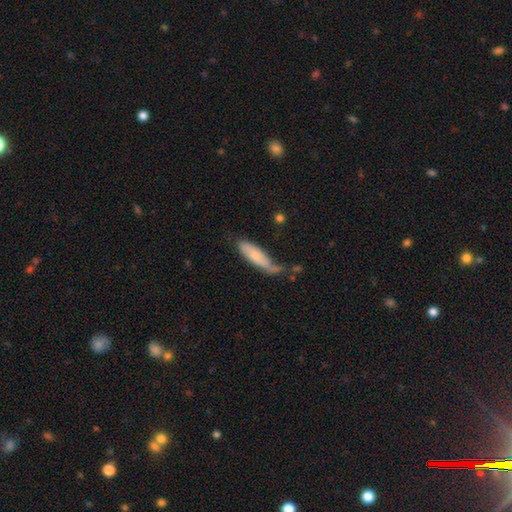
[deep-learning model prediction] smooth 68%, featured or disk 27%, star or artifact 6%. Down the decision tree: how rounded — cigar-shaped (60%); merging — none (42%).